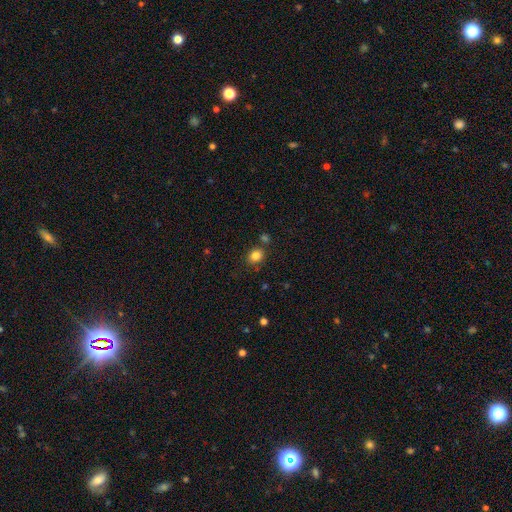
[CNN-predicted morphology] Smooth or featured: smooth — 83% (star or artifact — 11%)
How rounded: round — 61% (in between — 38%)
Merging: none — 77% (minor disturbance — 11%)